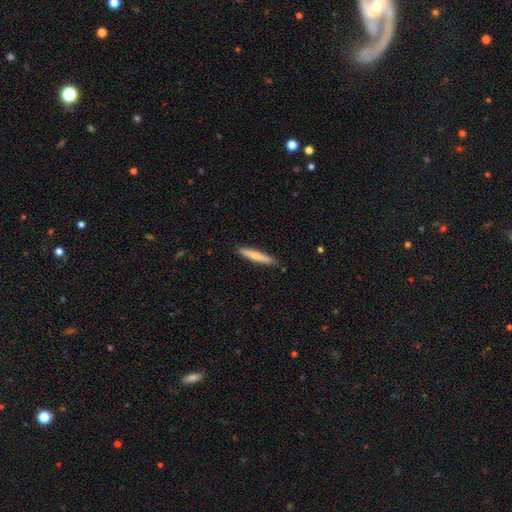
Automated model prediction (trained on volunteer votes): Overall: smooth (75%). How rounded: cigar-shaped (94%). Merging: none (88%).